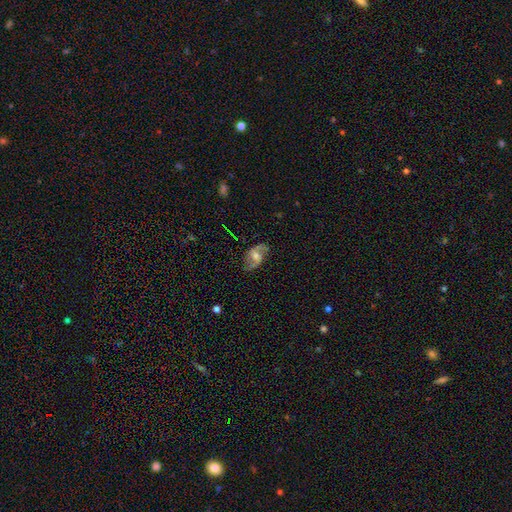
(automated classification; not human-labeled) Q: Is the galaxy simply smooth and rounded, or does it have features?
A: featured or disk — 78%.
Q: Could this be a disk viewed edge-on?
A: no — 96%.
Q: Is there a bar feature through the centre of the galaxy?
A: weak — 47%.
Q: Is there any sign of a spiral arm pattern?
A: yes — 93%.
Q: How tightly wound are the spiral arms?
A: loose — 45%.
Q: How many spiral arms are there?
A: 2 — 90%.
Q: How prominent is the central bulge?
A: moderate — 59%.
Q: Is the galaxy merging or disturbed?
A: none — 77%.